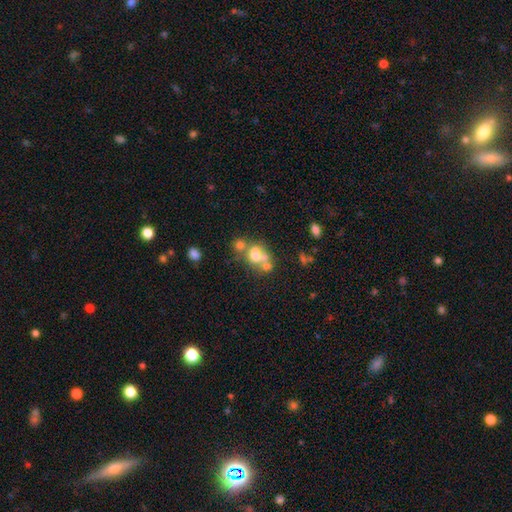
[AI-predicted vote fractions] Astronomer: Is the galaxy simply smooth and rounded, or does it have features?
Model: smooth — 60%.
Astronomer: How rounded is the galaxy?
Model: round — 59% (runner-up: in between, 40%).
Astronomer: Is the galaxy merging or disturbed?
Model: merger — 53% (runner-up: none, 31%).